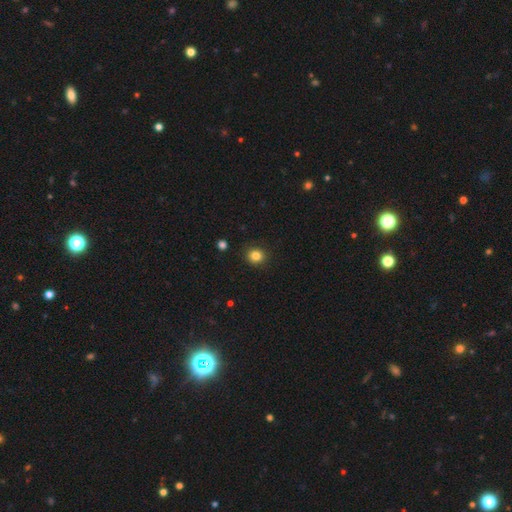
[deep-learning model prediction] Smooth or featured? smooth (84%)
How rounded? round (84%)
Merging? none (90%)